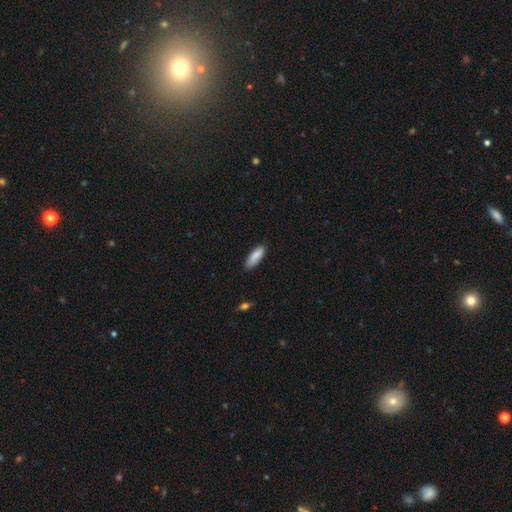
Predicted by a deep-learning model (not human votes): This appears to be a smooth galaxy with no disk features (87%) that is in between round and cigar-shaped (55%). Merging: none (79%).